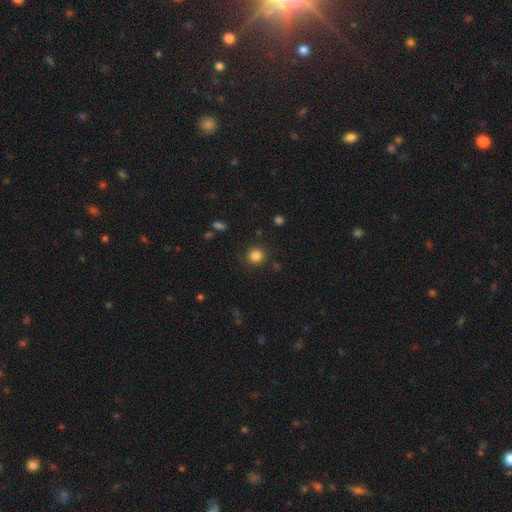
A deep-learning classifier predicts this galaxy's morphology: Smooth or featured? smooth (84%)
How rounded? round (90%)
Merging? none (87%)